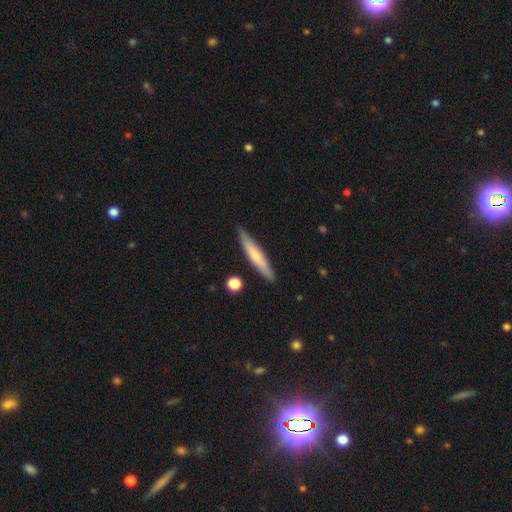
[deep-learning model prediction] Smooth or featured?
  - smooth: 58% *
  - featured or disk: 36%
  - star or artifact: 6%
How rounded?
  - cigar-shaped: 93% *
  - in between: 6%
  - round: 1%
Merging?
  - none: 87% *
  - minor disturbance: 9%
  - merger: 2%
  - major disturbance: 2%